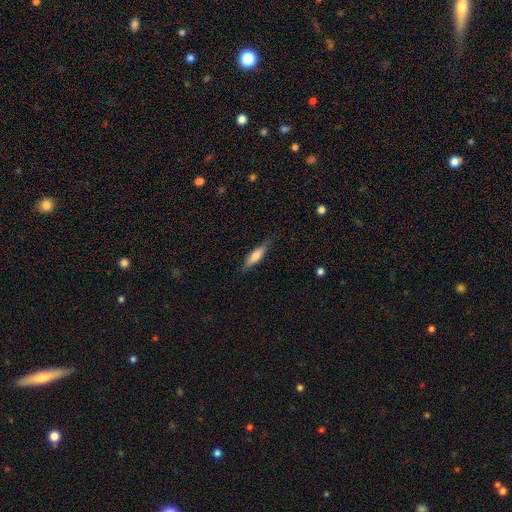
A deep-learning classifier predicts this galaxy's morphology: Q: Smooth or featured?
A: smooth (63%); runner-up: featured or disk (31%)
Q: How rounded?
A: cigar-shaped (71%); runner-up: in between (28%)
Q: Merging?
A: none (80%); runner-up: minor disturbance (16%)